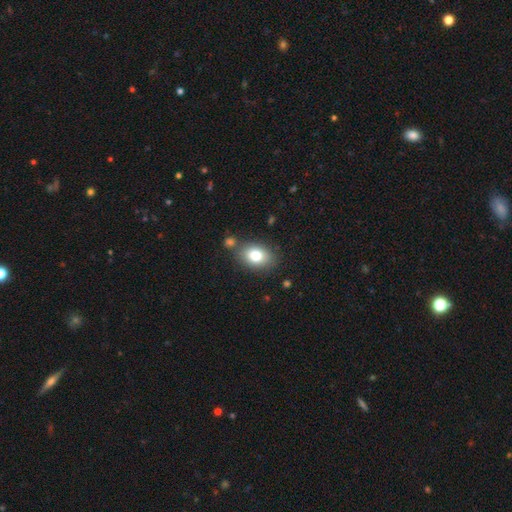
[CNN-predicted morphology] The model was most divided on "how rounded": in between: 77%, round: 22%, cigar-shaped: 1%. More confident: smooth or featured — smooth (79%); merging — none (74%).